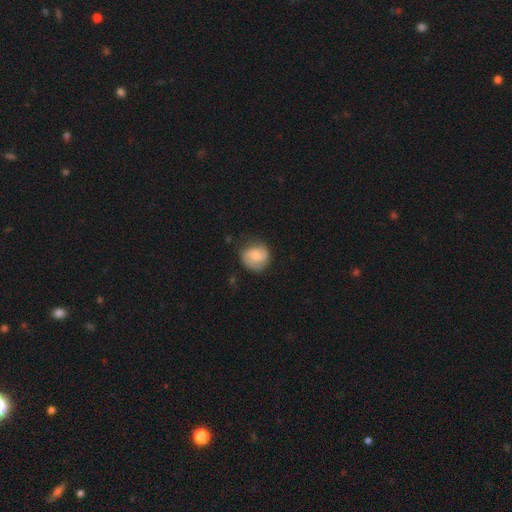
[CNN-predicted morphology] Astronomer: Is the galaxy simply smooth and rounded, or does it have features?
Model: smooth — 51% (runner-up: featured or disk, 42%).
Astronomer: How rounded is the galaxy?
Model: round — 84%.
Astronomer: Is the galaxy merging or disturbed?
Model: none — 73%.